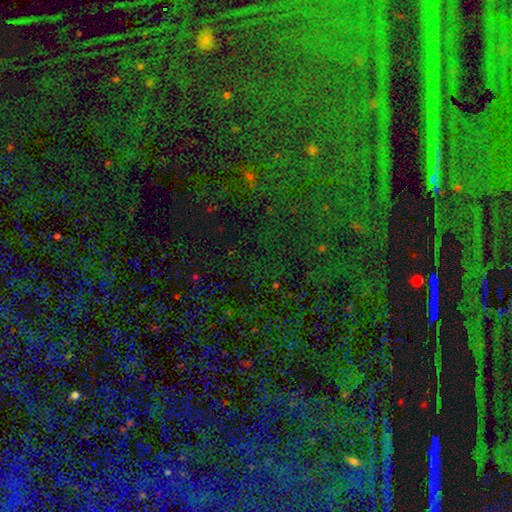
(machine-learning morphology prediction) Smooth or featured? star or artifact (81%)